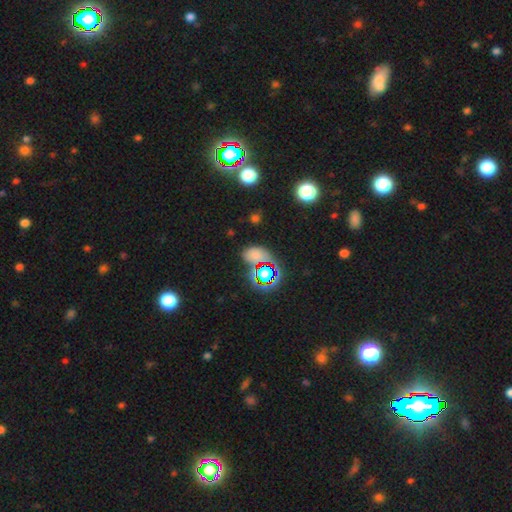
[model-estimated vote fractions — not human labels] Morphology: type=smooth (52%); roundness=in between (67%); merging=none (65%).